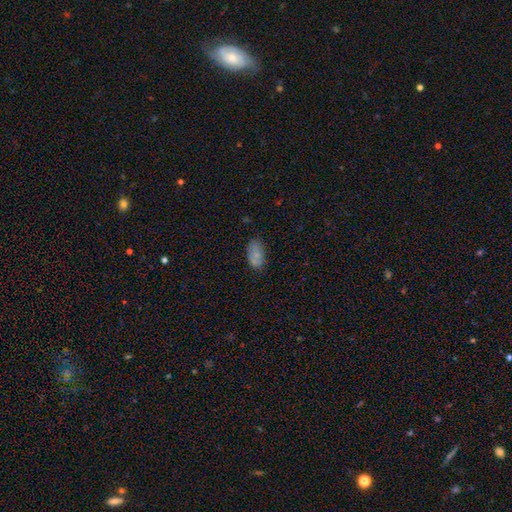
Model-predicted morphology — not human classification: Smooth or featured? smooth (77%)
How rounded? in between (93%)
Merging? none (75%)